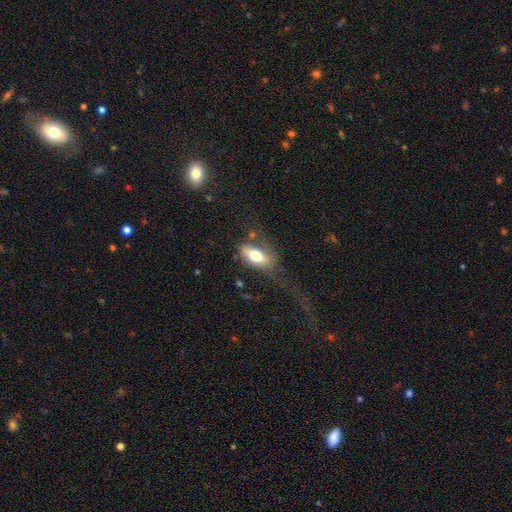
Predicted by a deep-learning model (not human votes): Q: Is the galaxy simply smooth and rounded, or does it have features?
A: smooth — 71%.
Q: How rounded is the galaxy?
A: in between — 87%.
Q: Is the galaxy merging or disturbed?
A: none — 46%.